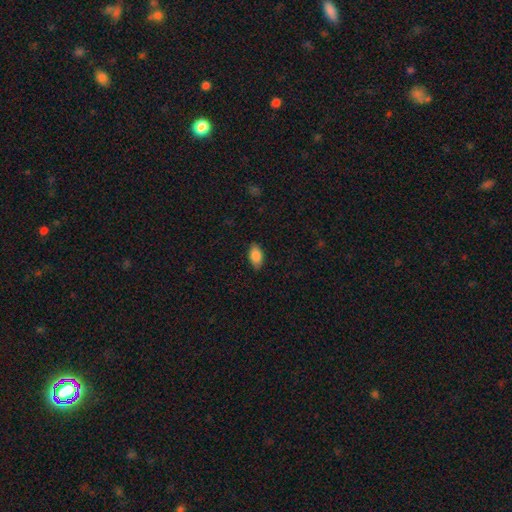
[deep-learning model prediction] A smooth galaxy with no disk features (86%) that is in between round and cigar-shaped (93%). Merging: none (87%).